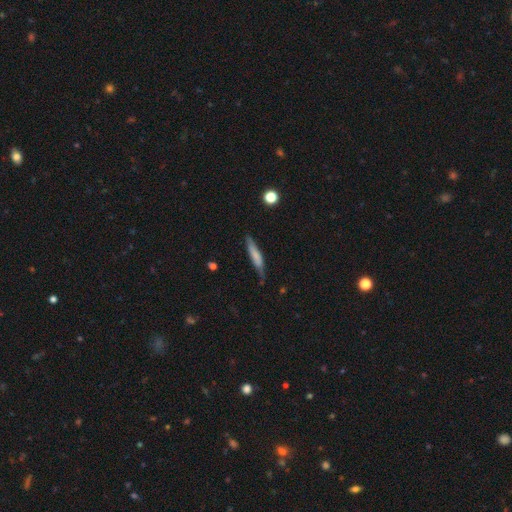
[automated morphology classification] A smooth galaxy with no disk features (64%) that is cigar-shaped (88%).

Vote fractions:
- Smooth or featured? smooth: 64% / featured or disk: 30% / star or artifact: 7%
- How rounded? cigar-shaped: 88% / in between: 11% / round: 2%
- Merging? none: 63% / minor disturbance: 28% / major disturbance: 7% / merger: 3%